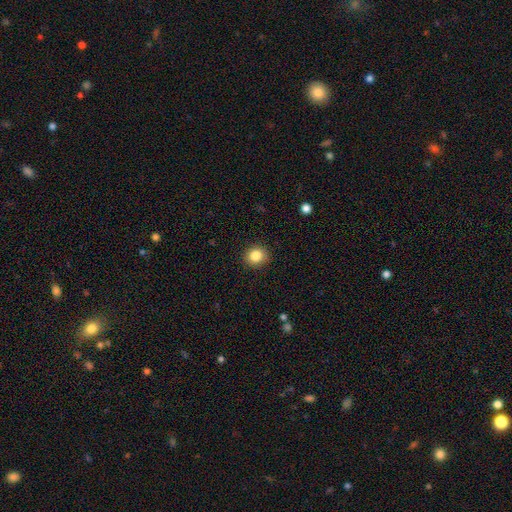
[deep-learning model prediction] Morphology: type=smooth (85%); roundness=round (83%); merging=none (90%).